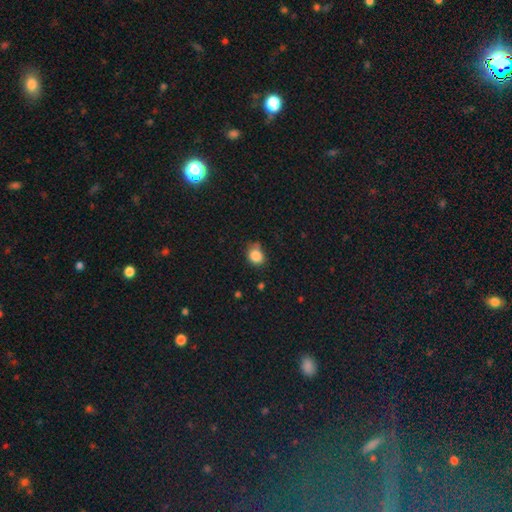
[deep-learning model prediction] Smooth or featured?
  - smooth: 85% *
  - star or artifact: 10%
  - featured or disk: 5%
How rounded?
  - round: 62% *
  - in between: 38%
  - cigar-shaped: 1%
Merging?
  - none: 60% *
  - minor disturbance: 30%
  - major disturbance: 6%
  - merger: 4%